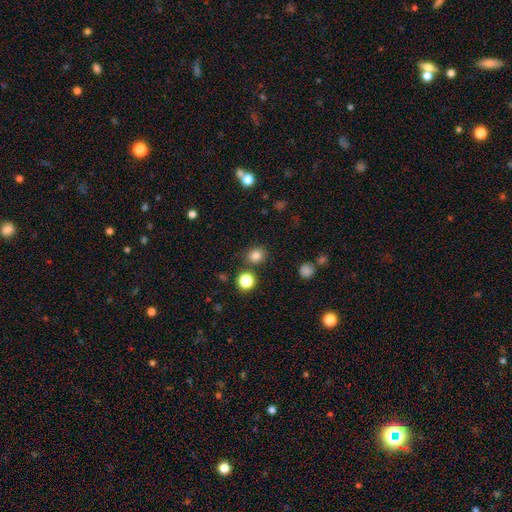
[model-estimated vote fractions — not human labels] This is clearly a smooth galaxy (81%). How rounded: likely round (72%). Merging: clearly none (84%).